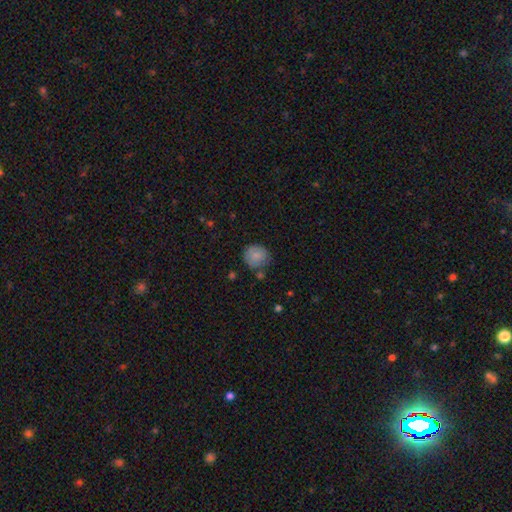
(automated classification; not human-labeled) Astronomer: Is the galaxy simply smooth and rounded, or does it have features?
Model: smooth — 82%.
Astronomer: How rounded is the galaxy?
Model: round — 84%.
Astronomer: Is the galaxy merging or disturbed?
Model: none — 70%.